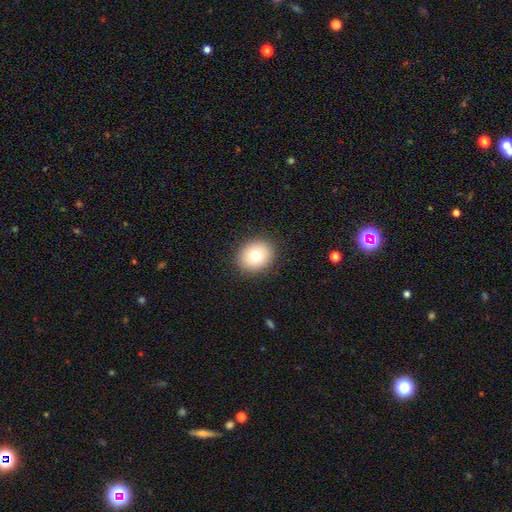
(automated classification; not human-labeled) Q: Smooth or featured?
A: smooth (77%); runner-up: featured or disk (13%)
Q: How rounded?
A: round (69%); runner-up: in between (30%)
Q: Merging?
A: none (90%); runner-up: minor disturbance (7%)